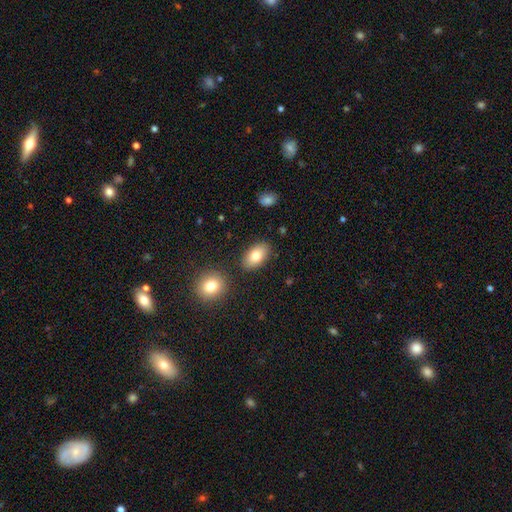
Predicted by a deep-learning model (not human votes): smooth_or_featured: smooth (p=0.79) [alt: featured or disk p=0.13]
how_rounded: in between (p=0.91) [alt: round p=0.07]
merging: none (p=0.83) [alt: minor disturbance p=0.10]